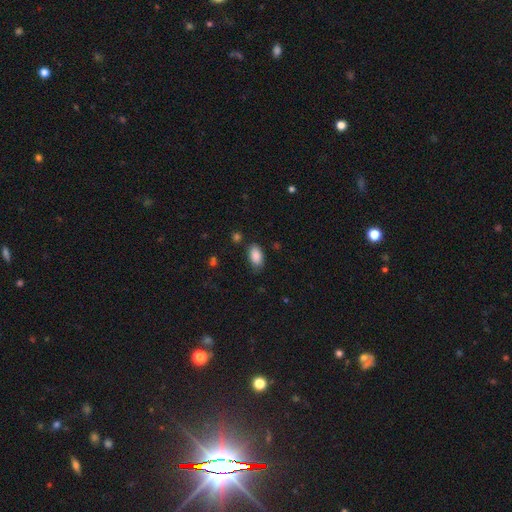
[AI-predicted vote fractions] Smooth or featured: smooth — 88% (star or artifact — 7%)
How rounded: in between — 94% (round — 4%)
Merging: none — 76% (minor disturbance — 18%)